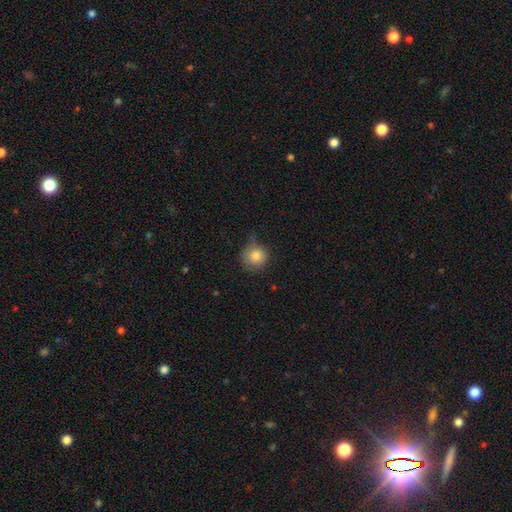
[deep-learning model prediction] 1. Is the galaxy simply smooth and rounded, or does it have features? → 82% smooth, 10% star or artifact, 8% featured or disk.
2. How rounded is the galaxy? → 92% round, 7% in between, 1% cigar-shaped.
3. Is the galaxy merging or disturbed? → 66% none, 25% minor disturbance, 6% major disturbance, 3% merger.